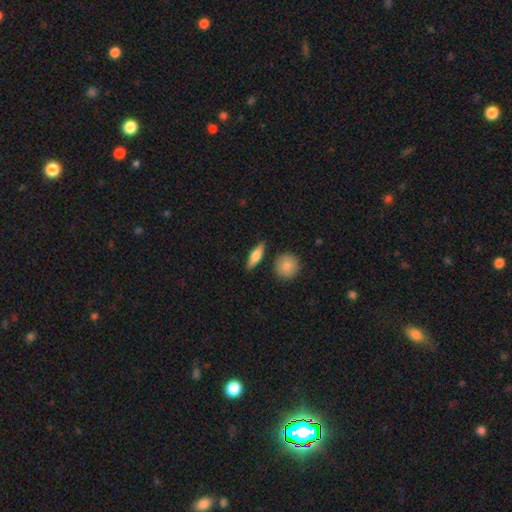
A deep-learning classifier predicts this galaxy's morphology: Smooth or featured: smooth — 64% (featured or disk — 30%)
How rounded: in between — 47% (tied with cigar-shaped — 47%)
Merging: none — 84% (minor disturbance — 9%)